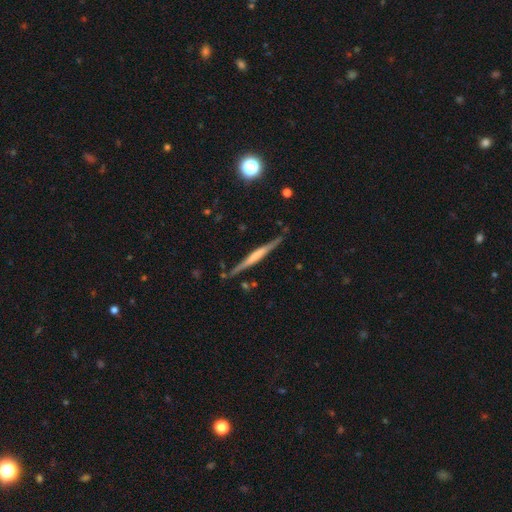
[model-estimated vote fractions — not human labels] Q: Smooth or featured?
A: featured or disk (62%); runner-up: smooth (33%)
Q: Edge-on disk?
A: yes (97%); runner-up: no (3%)
Q: Edge-on bulge?
A: none (45%); runner-up: boxy (31%)
Q: Merging?
A: none (84%); runner-up: minor disturbance (11%)